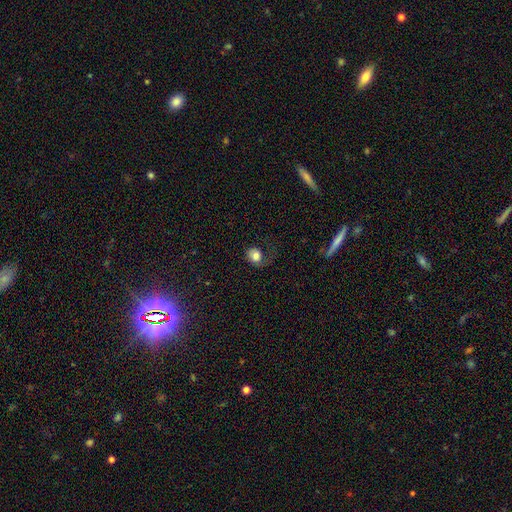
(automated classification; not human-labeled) smooth 71%, featured or disk 20%, star or artifact 9%. Down the decision tree: how rounded — round (64%); merging — none (41%).